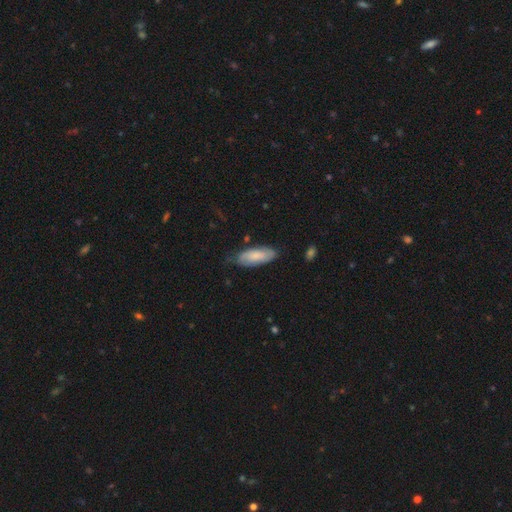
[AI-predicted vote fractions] Smooth or featured? Predicted: smooth (p=0.70). How rounded? Predicted: in between (p=0.75). Merging? Predicted: none (p=0.69).